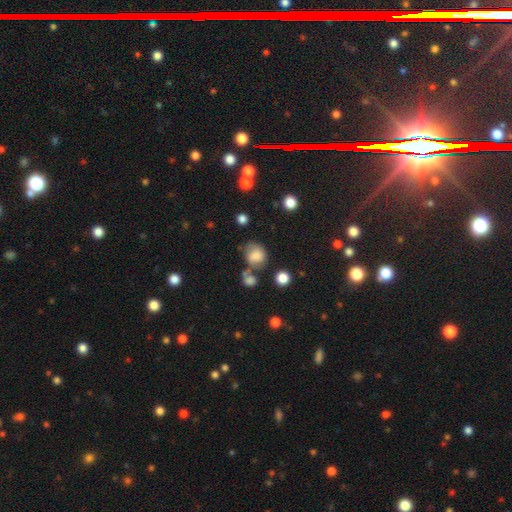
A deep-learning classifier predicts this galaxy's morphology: smooth 69%, featured or disk 20%, star or artifact 11%. Down the decision tree: how rounded — round (62%); merging — none (45%).